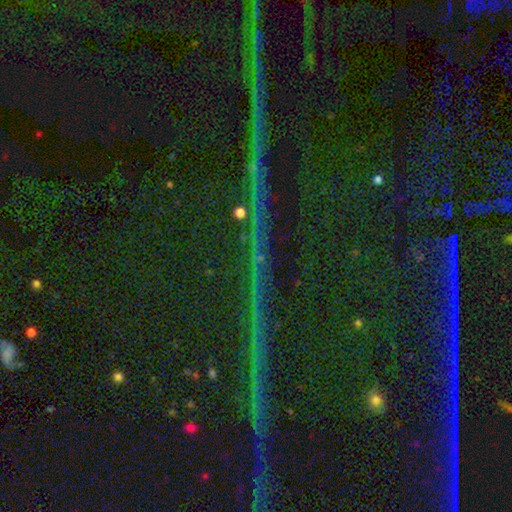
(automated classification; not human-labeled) Morphology: type=star or artifact (85%).